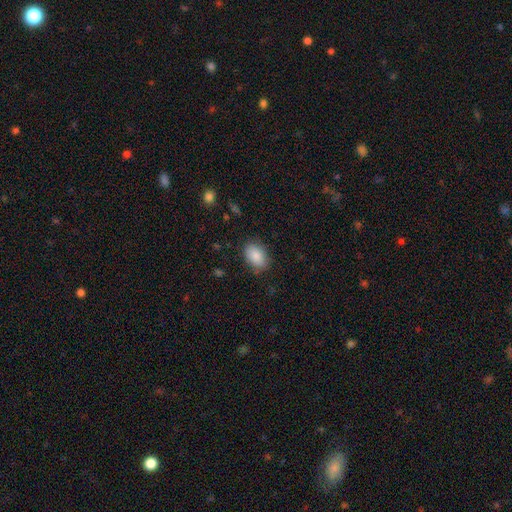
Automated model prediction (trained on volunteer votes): smooth-or-featured: smooth: 87% | star or artifact: 7% | featured or disk: 6%
  how-rounded: in between: 85% | round: 14% | cigar-shaped: 1%
  merging: none: 82% | minor disturbance: 14% | major disturbance: 3% | merger: 1%